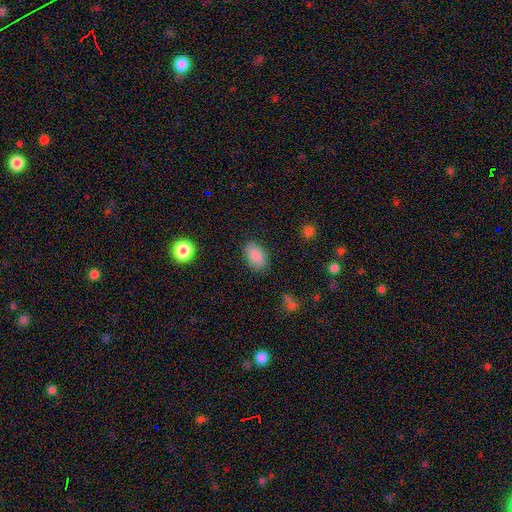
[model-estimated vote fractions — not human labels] A smooth galaxy with no disk features (85%) that is in between round and cigar-shaped (90%). Merging: none (82%).